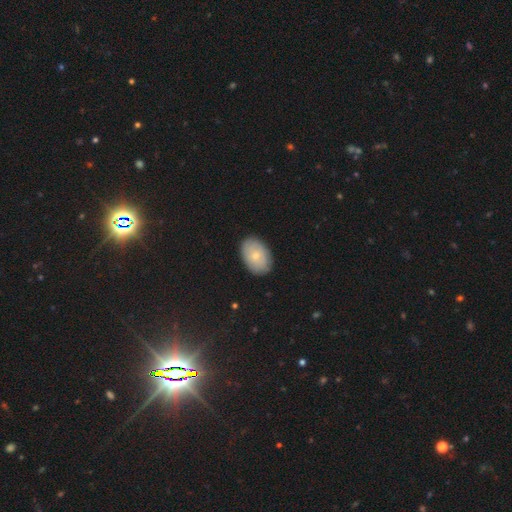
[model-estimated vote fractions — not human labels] Smooth or featured? smooth (69%)
How rounded? in between (88%)
Merging? none (87%)